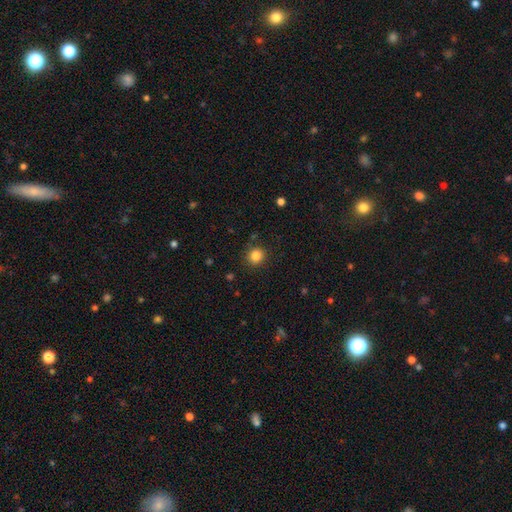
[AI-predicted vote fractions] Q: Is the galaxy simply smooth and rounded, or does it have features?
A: smooth — 84%.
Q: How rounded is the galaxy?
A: round — 90%.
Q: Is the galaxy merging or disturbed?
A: none — 88%.